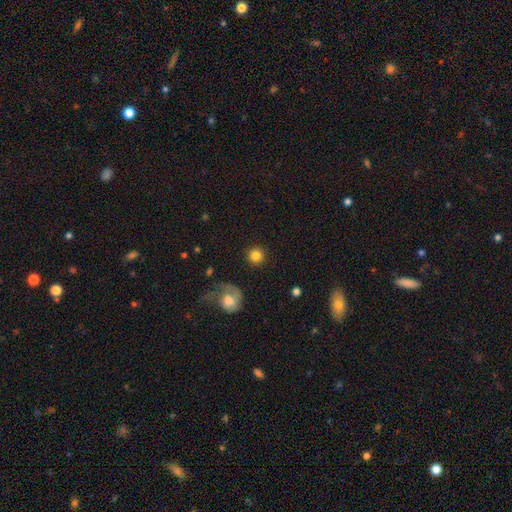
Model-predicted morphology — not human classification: Q: Smooth or featured?
A: smooth (82%); runner-up: star or artifact (10%)
Q: How rounded?
A: round (95%); runner-up: in between (4%)
Q: Merging?
A: none (90%); runner-up: minor disturbance (5%)